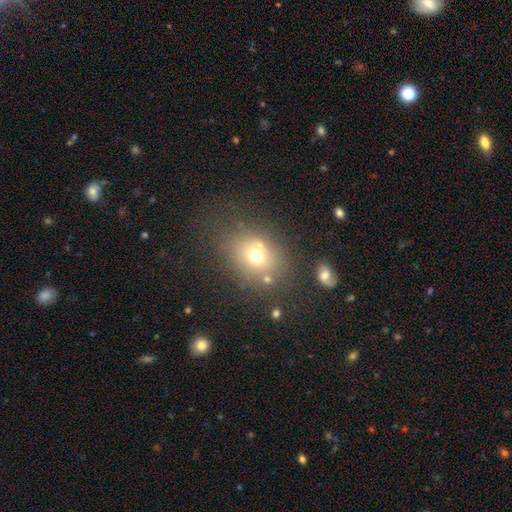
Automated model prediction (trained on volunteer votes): Overall: smooth (67%). How rounded: in between (51%; round 48%). Merging: none (64%).